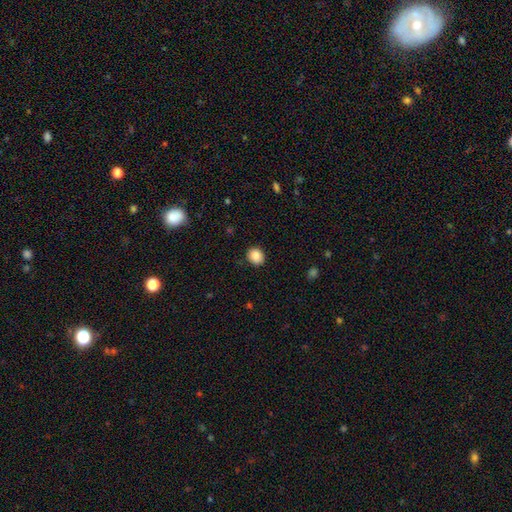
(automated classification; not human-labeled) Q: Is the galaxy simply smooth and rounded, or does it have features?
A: smooth — 87%.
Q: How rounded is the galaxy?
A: round — 72%.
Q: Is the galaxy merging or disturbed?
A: none — 88%.